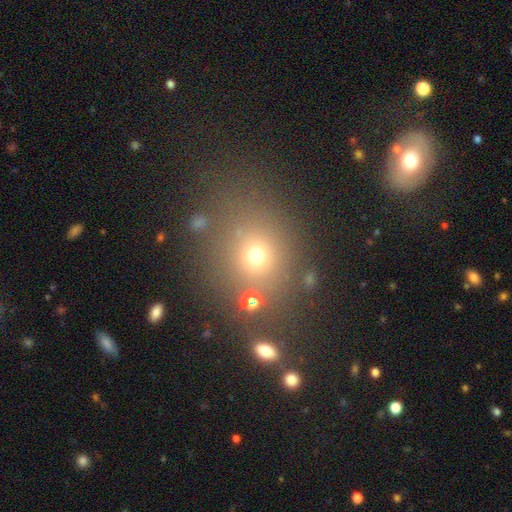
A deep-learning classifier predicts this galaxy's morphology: smooth_or_featured: smooth (p=0.64) [alt: star or artifact p=0.25]
how_rounded: round (p=0.71) [alt: in between p=0.28]
merging: none (p=0.76) [alt: minor disturbance p=0.11]